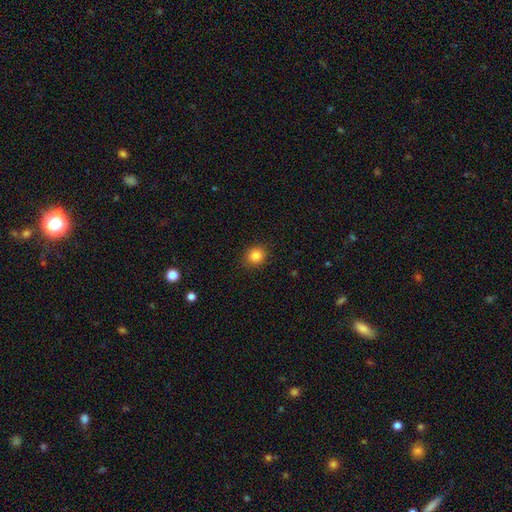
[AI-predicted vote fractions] Q: Smooth or featured?
A: smooth (84%); runner-up: star or artifact (11%)
Q: How rounded?
A: round (84%); runner-up: in between (15%)
Q: Merging?
A: none (89%); runner-up: minor disturbance (7%)